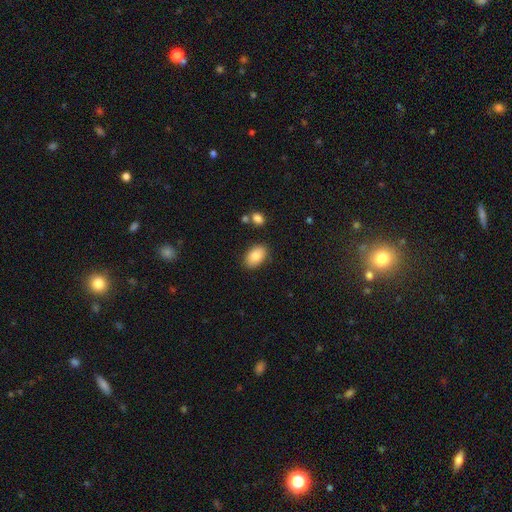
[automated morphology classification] Smooth or featured? smooth (87%)
How rounded? in between (90%)
Merging? none (83%)